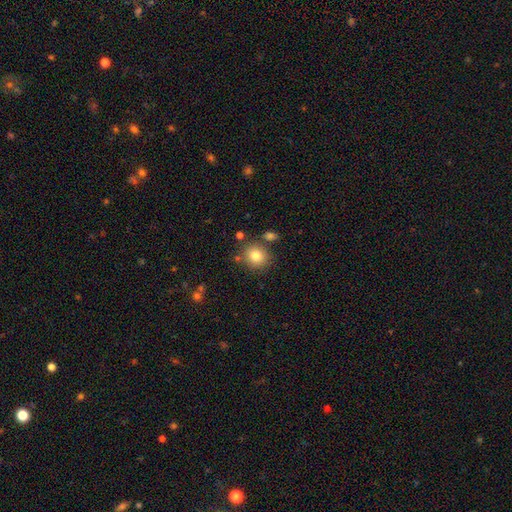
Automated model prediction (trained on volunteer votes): Smooth or featured? Predicted: smooth (p=0.81). How rounded? Predicted: round (p=0.82). Merging? Predicted: none (p=0.78).